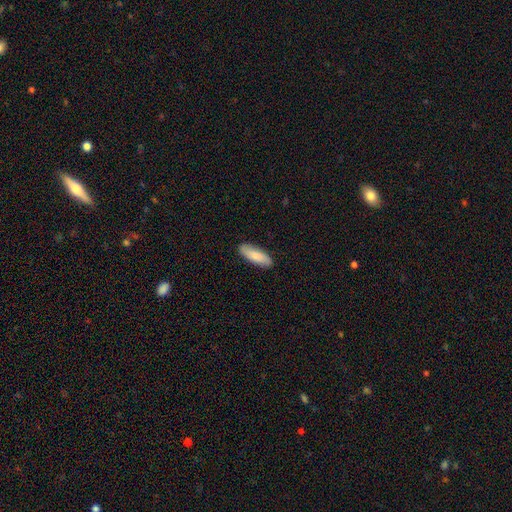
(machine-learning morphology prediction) A smooth galaxy with no disk features (83%) that is in between round and cigar-shaped (63%).

Vote fractions:
- Smooth or featured? smooth: 83% / featured or disk: 12% / star or artifact: 5%
- How rounded? in between: 63% / cigar-shaped: 35% / round: 2%
- Merging? none: 88% / minor disturbance: 9% / major disturbance: 2% / merger: 1%